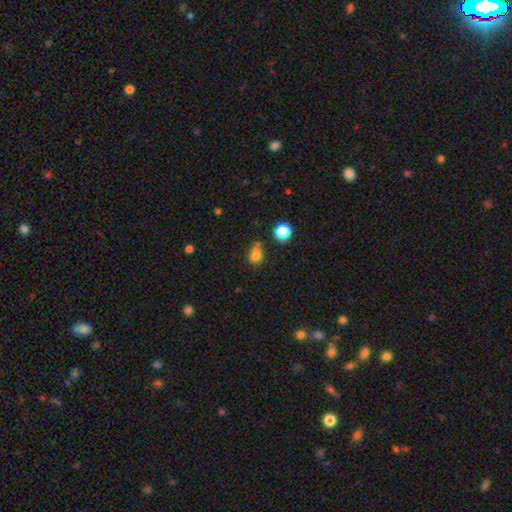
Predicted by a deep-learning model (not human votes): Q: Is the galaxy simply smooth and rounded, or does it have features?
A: smooth — 76%.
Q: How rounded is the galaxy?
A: round — 66%.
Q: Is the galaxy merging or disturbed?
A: none — 52%.